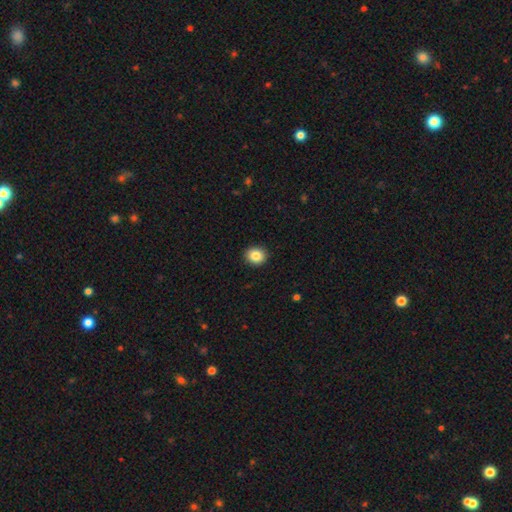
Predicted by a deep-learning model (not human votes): This appears to be a smooth galaxy with no disk features (85%) that is round (75%). Merging: none (92%).